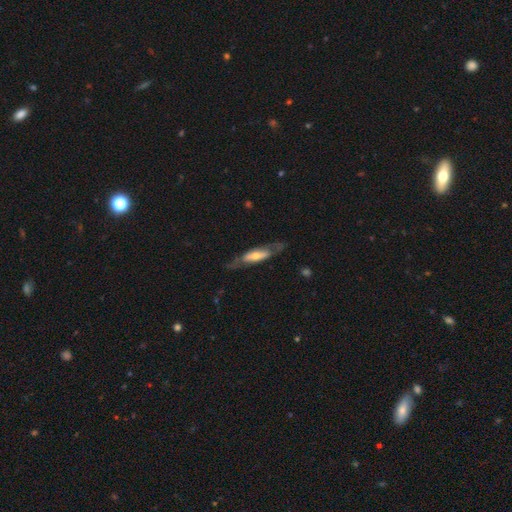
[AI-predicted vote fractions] This is possibly a featured or disk galaxy (60%). It is possibly not viewed edge-on (60%). Merging: likely none (65%).